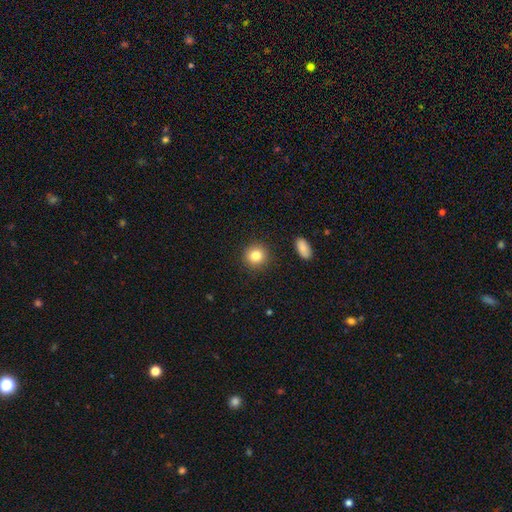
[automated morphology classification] Overall: smooth (83%). How rounded: round (90%). Merging: none (90%).